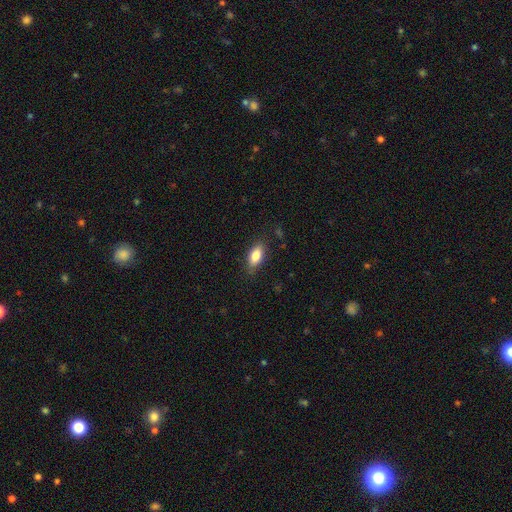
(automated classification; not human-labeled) Smooth or featured? Predicted: smooth (p=0.82). How rounded? Predicted: in between (p=0.86). Merging? Predicted: none (p=0.82).